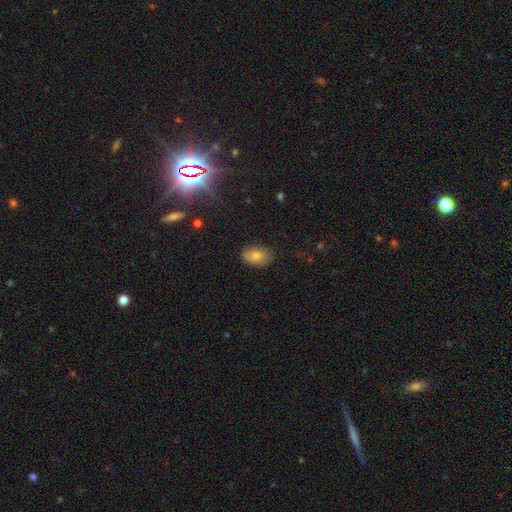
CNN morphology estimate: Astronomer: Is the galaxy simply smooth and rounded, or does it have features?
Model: smooth — 70%.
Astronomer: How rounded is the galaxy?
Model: in between — 86%.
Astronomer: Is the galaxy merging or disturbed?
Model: none — 82%.